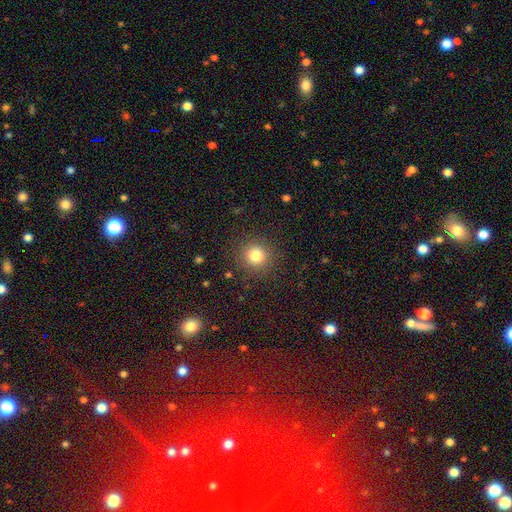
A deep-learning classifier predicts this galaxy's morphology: Smooth or featured?
  - smooth: 80% *
  - star or artifact: 13%
  - featured or disk: 6%
How rounded?
  - round: 93% *
  - in between: 6%
  - cigar-shaped: 1%
Merging?
  - none: 88% *
  - minor disturbance: 7%
  - major disturbance: 3%
  - merger: 1%